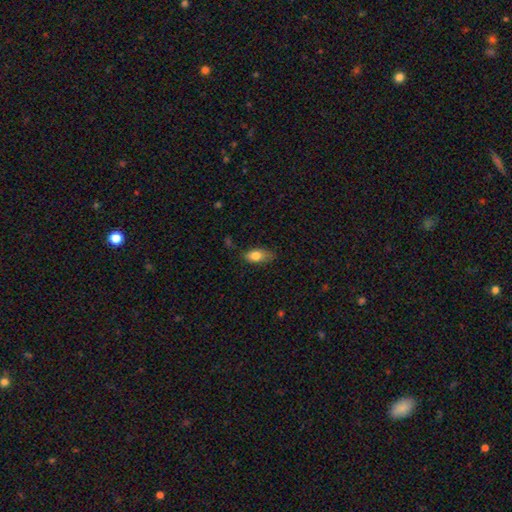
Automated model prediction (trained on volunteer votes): This appears to be a smooth galaxy with no disk features (81%) that is in between round and cigar-shaped (88%). Merging: none (65%).